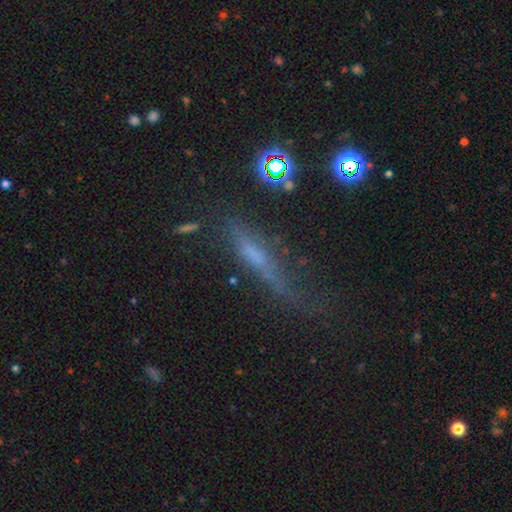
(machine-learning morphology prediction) type=featured or disk (48%); merging=none (54%).